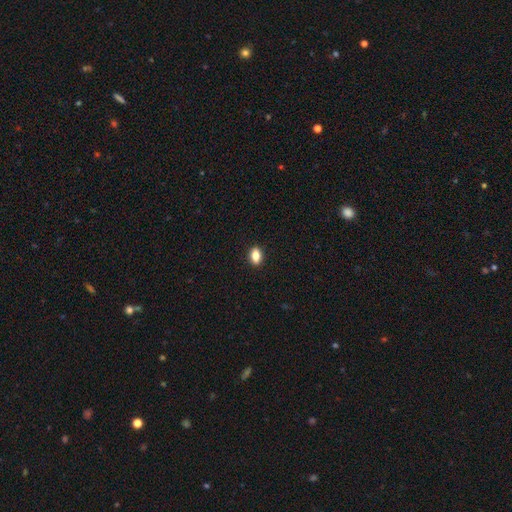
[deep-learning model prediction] A smooth galaxy with no disk features (81%) that is in between round and cigar-shaped (80%). Merging: none (90%).